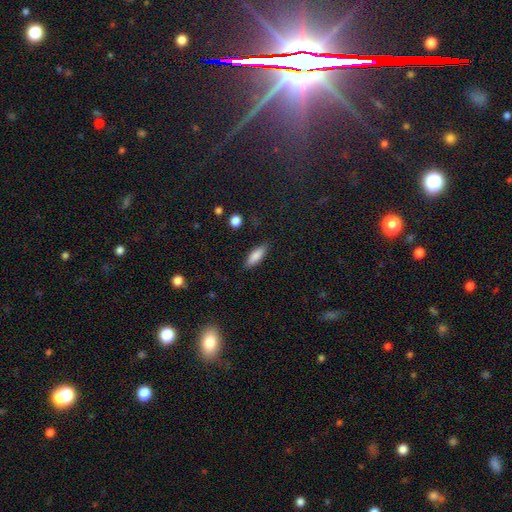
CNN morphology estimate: Overall: smooth (83%). How rounded: in between (58%; cigar-shaped 40%). Merging: none (85%).